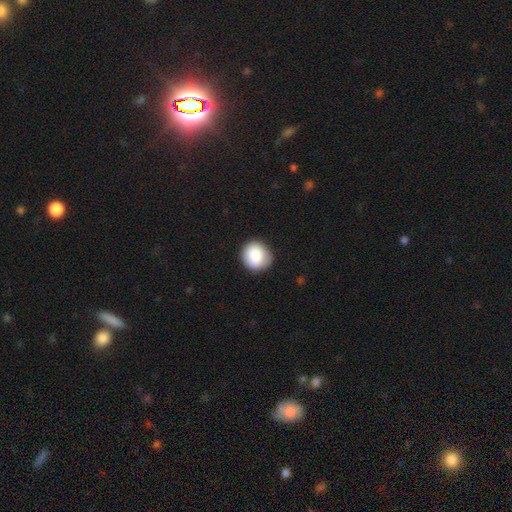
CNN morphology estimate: Smooth or featured? smooth (86%)
How rounded? round (83%)
Merging? none (84%)